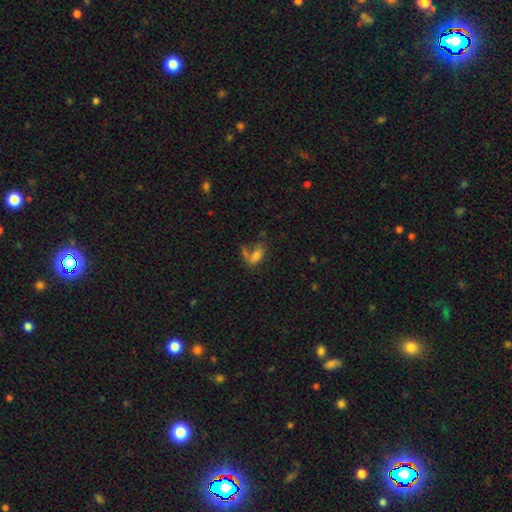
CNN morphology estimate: Smooth or featured? Predicted: smooth (p=0.67). How rounded? Predicted: in between (p=0.80). Merging? Predicted: none (p=0.39).